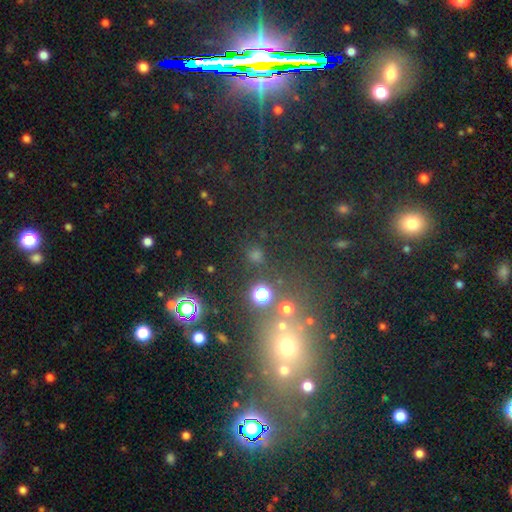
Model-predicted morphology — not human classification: type=smooth (54%); roundness=round (88%); merging=none (80%).